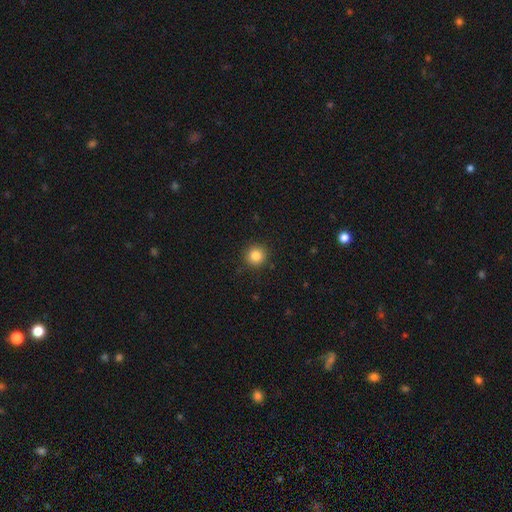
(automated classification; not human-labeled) Smooth or featured?
  - smooth: 84% *
  - star or artifact: 11%
  - featured or disk: 5%
How rounded?
  - round: 94% *
  - in between: 5%
  - cigar-shaped: 1%
Merging?
  - none: 91% *
  - minor disturbance: 6%
  - major disturbance: 2%
  - merger: 1%